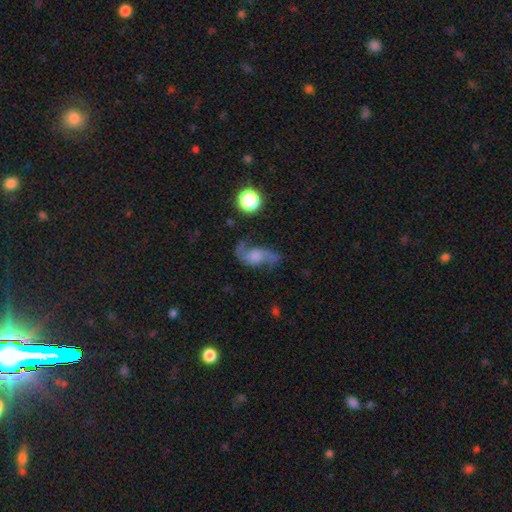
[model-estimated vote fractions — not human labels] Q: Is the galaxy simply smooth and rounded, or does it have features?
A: featured or disk — 68%.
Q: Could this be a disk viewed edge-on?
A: no — 95%.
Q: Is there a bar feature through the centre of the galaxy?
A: no — 67%.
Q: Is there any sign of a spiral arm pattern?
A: yes — 91%.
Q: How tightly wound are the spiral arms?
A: loose — 78%.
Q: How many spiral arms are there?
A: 2 — 89%.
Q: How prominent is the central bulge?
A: none — 28%.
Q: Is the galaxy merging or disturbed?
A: none — 53%.